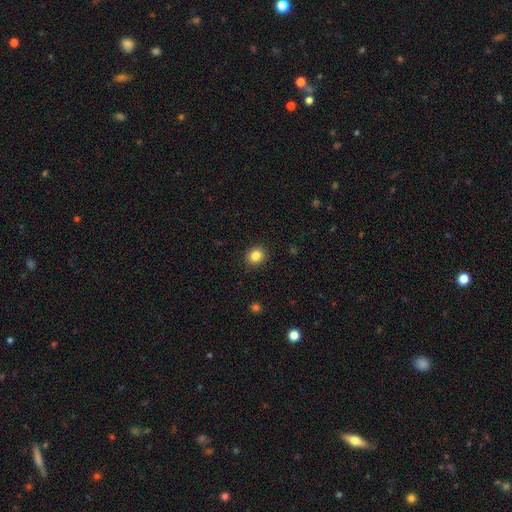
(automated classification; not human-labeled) A smooth galaxy with no disk features (83%) that is round (81%).

Vote fractions:
- Smooth or featured? smooth: 83% / star or artifact: 11% / featured or disk: 6%
- How rounded? round: 81% / in between: 18% / cigar-shaped: 1%
- Merging? none: 90% / minor disturbance: 7% / major disturbance: 2% / merger: 1%